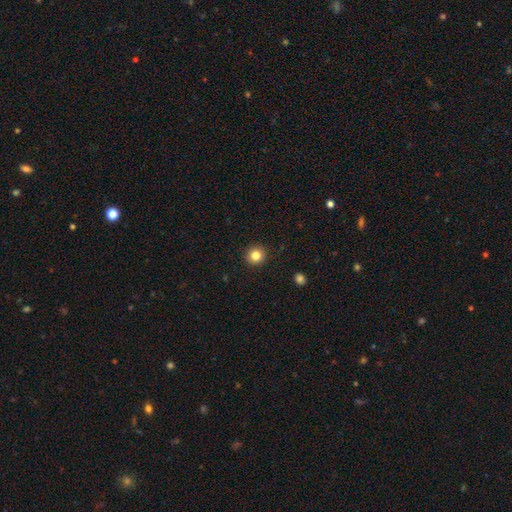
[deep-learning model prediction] smooth 83%, star or artifact 11%, featured or disk 6%. Down the decision tree: how rounded — round (93%); merging — none (92%).